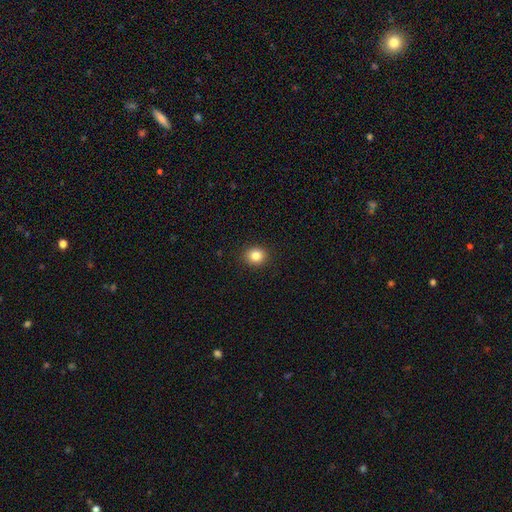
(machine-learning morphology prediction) Smooth or featured? smooth (84%)
How rounded? round (80%)
Merging? none (92%)